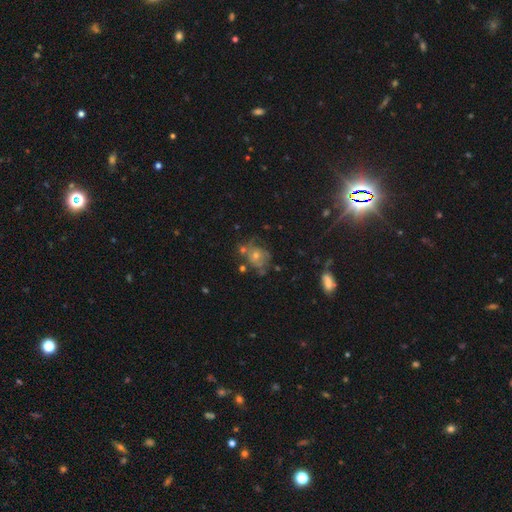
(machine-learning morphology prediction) Smooth or featured? Predicted: featured or disk (p=0.44). Merging? Predicted: none (p=0.59).